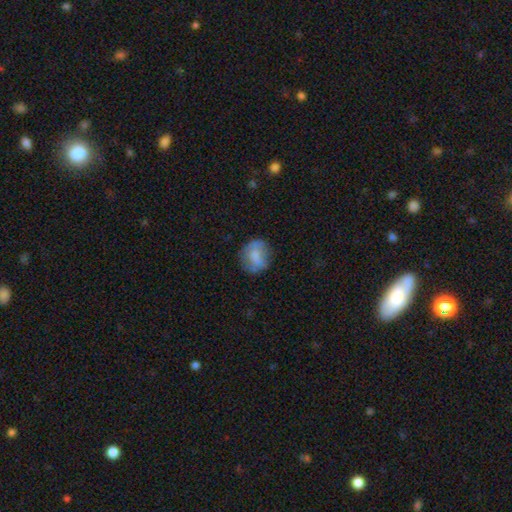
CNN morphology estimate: The model was most divided on "how rounded": round: 67%, in between: 31%, cigar-shaped: 1%. More confident: merging — none (69%); smooth or featured — smooth (67%).